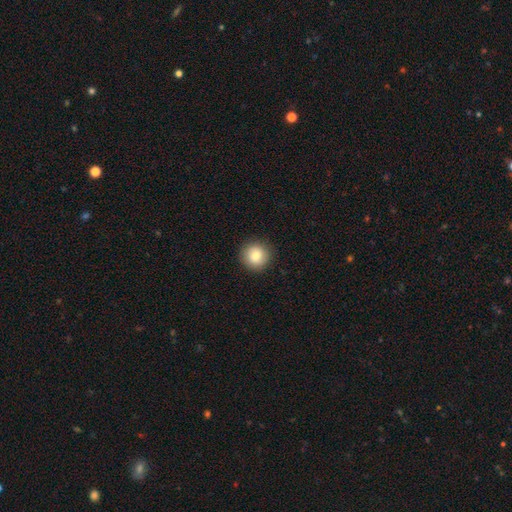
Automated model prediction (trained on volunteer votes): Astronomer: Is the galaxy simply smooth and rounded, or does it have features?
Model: smooth — 83%.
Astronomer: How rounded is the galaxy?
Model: round — 94%.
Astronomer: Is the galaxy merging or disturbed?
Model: none — 91%.